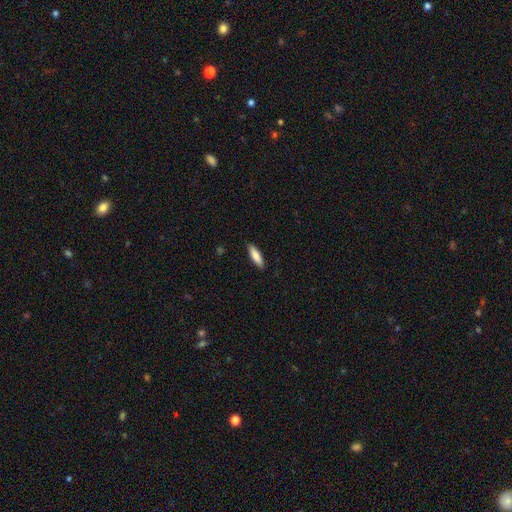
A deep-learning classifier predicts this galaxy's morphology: A smooth galaxy with no disk features (83%) that is cigar-shaped (53%).

Vote fractions:
- Smooth or featured? smooth: 83% / featured or disk: 12% / star or artifact: 6%
- How rounded? cigar-shaped: 53% / in between: 45% / round: 2%
- Merging? none: 89% / minor disturbance: 9% / major disturbance: 2% / merger: 1%